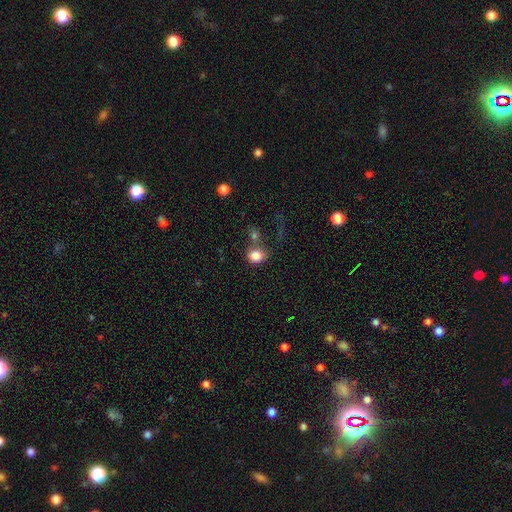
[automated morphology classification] Smooth or featured?
  - smooth: 83% *
  - star or artifact: 10%
  - featured or disk: 7%
How rounded?
  - round: 60% *
  - in between: 39%
  - cigar-shaped: 1%
Merging?
  - none: 51% *
  - merger: 23%
  - minor disturbance: 15%
  - major disturbance: 11%